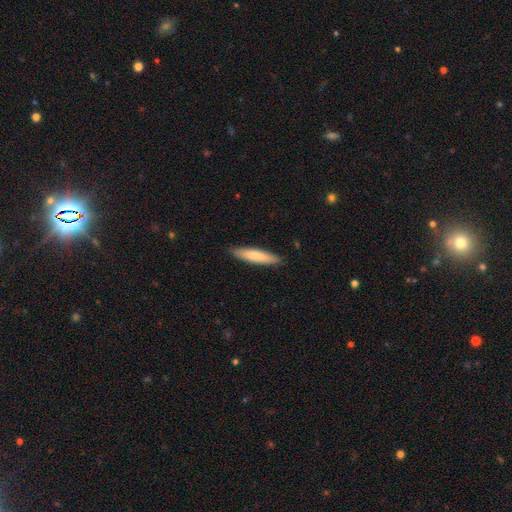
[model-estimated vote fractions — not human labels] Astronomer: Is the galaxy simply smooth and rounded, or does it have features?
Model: smooth — 77%.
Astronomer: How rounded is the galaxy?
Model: cigar-shaped — 86%.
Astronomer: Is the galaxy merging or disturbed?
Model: none — 89%.